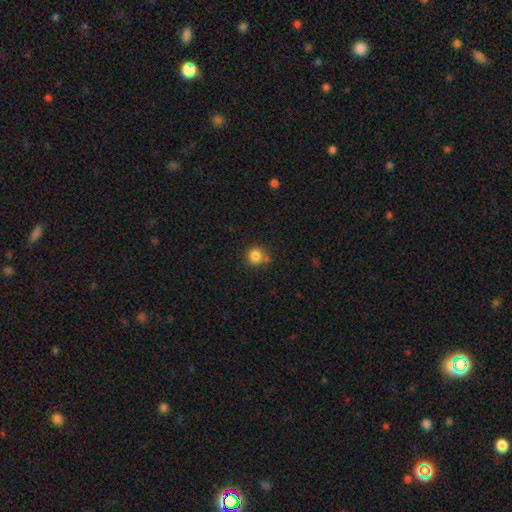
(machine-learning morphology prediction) type=smooth (84%); roundness=round (90%); merging=none (68%).